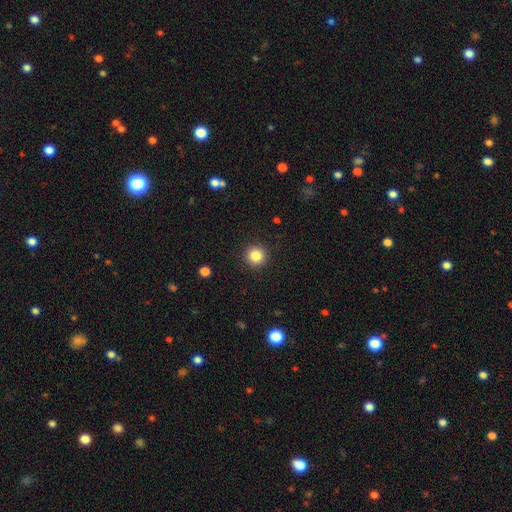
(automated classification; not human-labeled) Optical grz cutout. It shows a smooth galaxy with no disk features (84%) that is round (95%). Merging: none (92%).